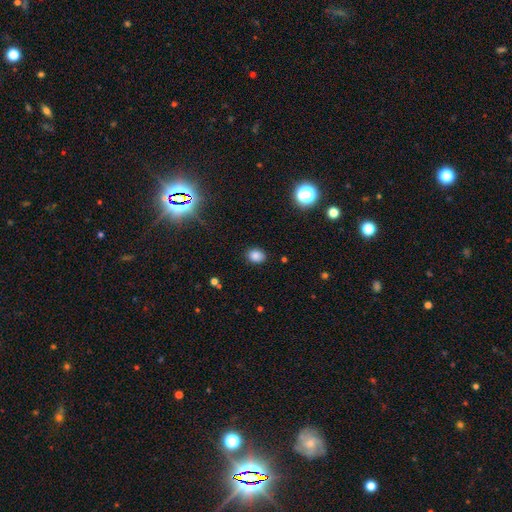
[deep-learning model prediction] Morphology: type=smooth (82%); roundness=in between (54%); merging=none (86%).